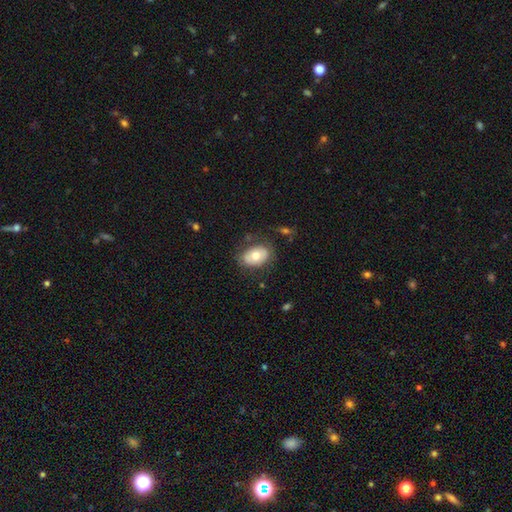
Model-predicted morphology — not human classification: Smooth or featured: smooth — 67% (featured or disk — 26%)
How rounded: in between — 84% (round — 15%)
Merging: none — 75% (minor disturbance — 17%)